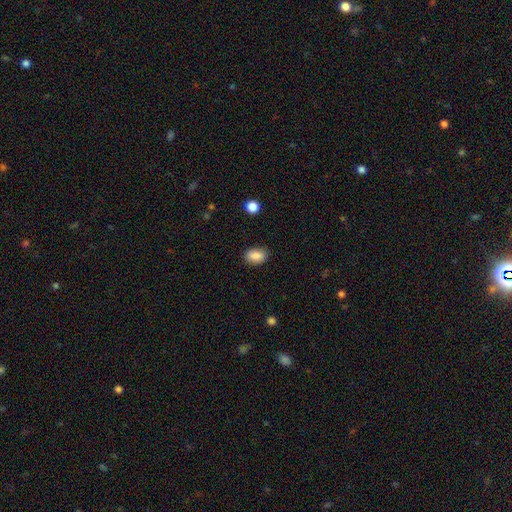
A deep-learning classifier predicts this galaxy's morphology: Smooth or featured? Predicted: smooth (p=0.87). How rounded? Predicted: in between (p=0.87). Merging? Predicted: none (p=0.85).